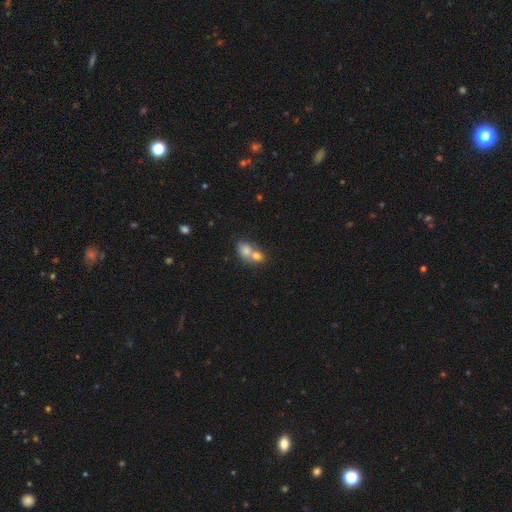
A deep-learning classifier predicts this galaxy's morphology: smooth_or_featured: smooth (p=0.72) [alt: featured or disk p=0.17]
how_rounded: round (p=0.49) [tied with: in between p=0.49]
merging: merger (p=0.70) [alt: none p=0.22]